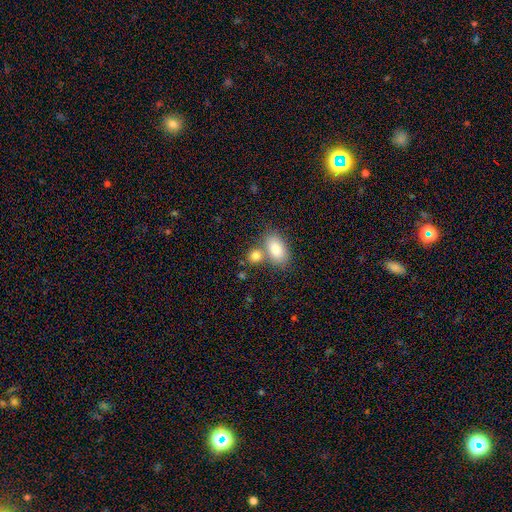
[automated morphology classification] smooth 82%, featured or disk 9%, star or artifact 8%. Down the decision tree: how rounded — in between (67%); merging — none (49%).